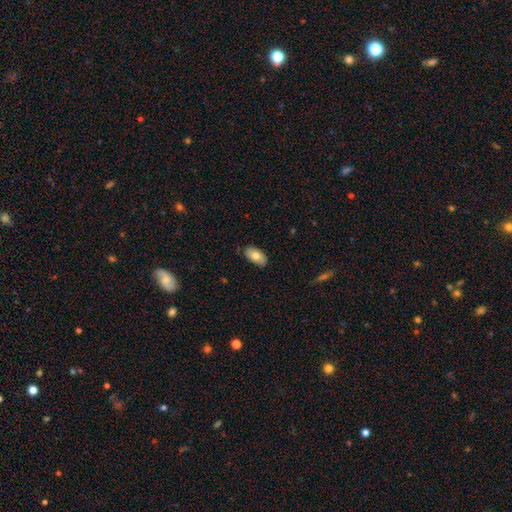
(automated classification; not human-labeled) A smooth galaxy with no disk features (75%) that is in between round and cigar-shaped (94%).

Vote fractions:
- Smooth or featured? smooth: 75% / featured or disk: 18% / star or artifact: 7%
- How rounded? in between: 94% / round: 4% / cigar-shaped: 2%
- Merging? none: 82% / minor disturbance: 15% / major disturbance: 2% / merger: 1%